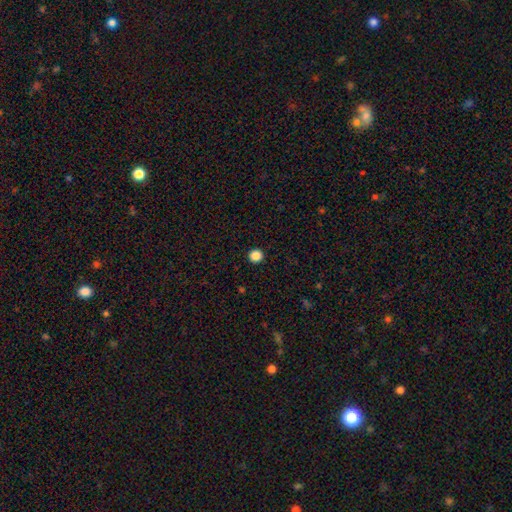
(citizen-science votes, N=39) Smooth or featured? 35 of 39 (90%) said smooth. How rounded? 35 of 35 (100%) said round. Merging? 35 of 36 (97%) said none.